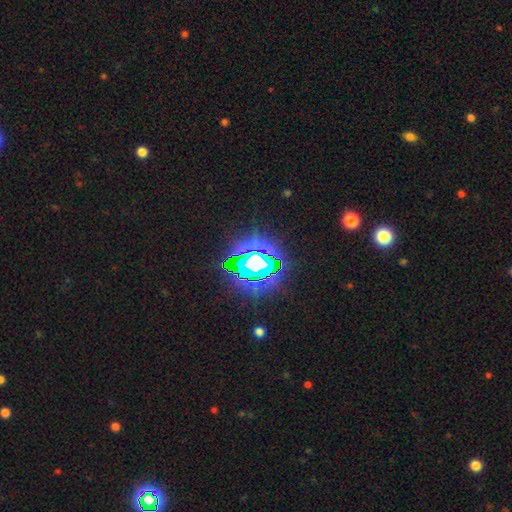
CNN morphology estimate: Smooth or featured? star or artifact (74%)